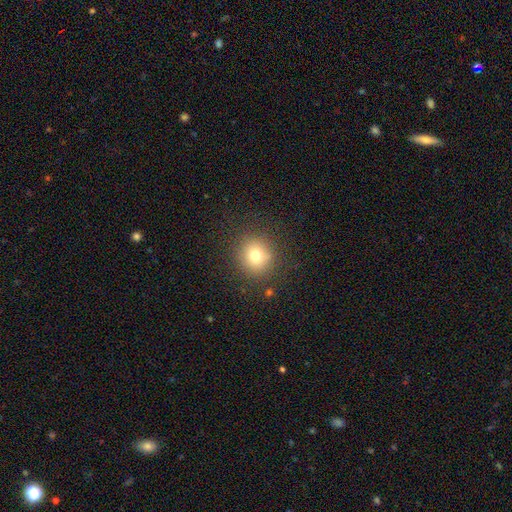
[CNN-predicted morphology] smooth 75%, star or artifact 15%, featured or disk 11%. Down the decision tree: how rounded — round (88%); merging — none (86%).